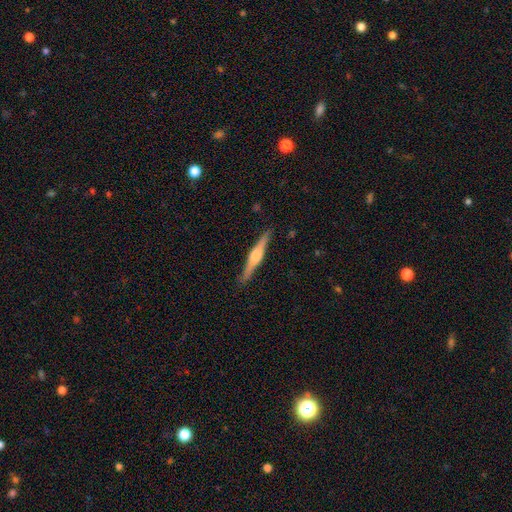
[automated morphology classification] Q: Smooth or featured?
A: featured or disk (71%); runner-up: smooth (23%)
Q: Edge-on disk?
A: yes (98%); runner-up: no (2%)
Q: Edge-on bulge?
A: rounded (81%); runner-up: boxy (15%)
Q: Merging?
A: none (90%); runner-up: minor disturbance (7%)